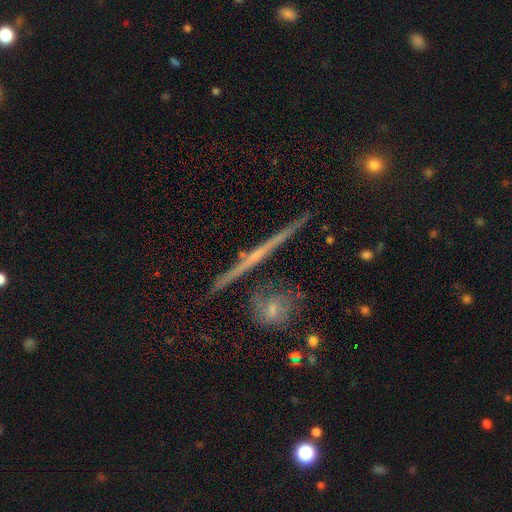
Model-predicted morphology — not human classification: A featured or disk galaxy (75%) viewed edge-on (96%) with no central bulge (65%). Merging: none (85%).